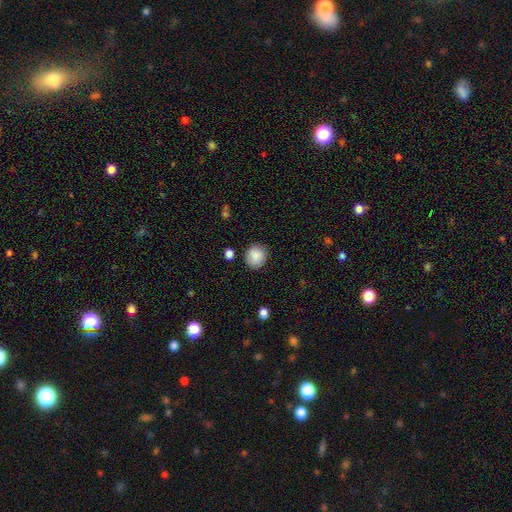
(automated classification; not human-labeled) The model was most divided on "how rounded": round: 87%, in between: 12%, cigar-shaped: 1%. More confident: smooth or featured — smooth (87%); merging — none (86%).